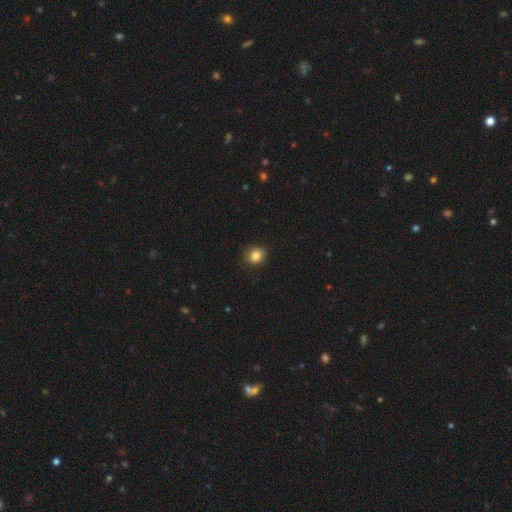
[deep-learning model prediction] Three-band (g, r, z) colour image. It shows a smooth galaxy with no disk features (85%) that is round (77%). Merging: none (84%).